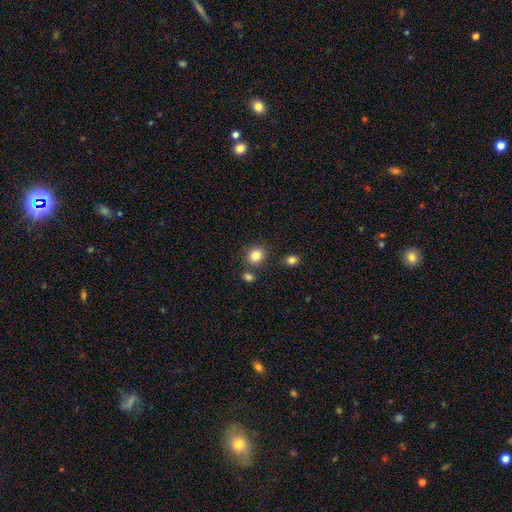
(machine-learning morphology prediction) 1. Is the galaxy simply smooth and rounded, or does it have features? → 84% smooth, 10% star or artifact, 6% featured or disk.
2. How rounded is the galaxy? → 76% round, 23% in between, 1% cigar-shaped.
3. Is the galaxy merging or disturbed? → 80% none, 9% minor disturbance, 8% merger, 3% major disturbance.